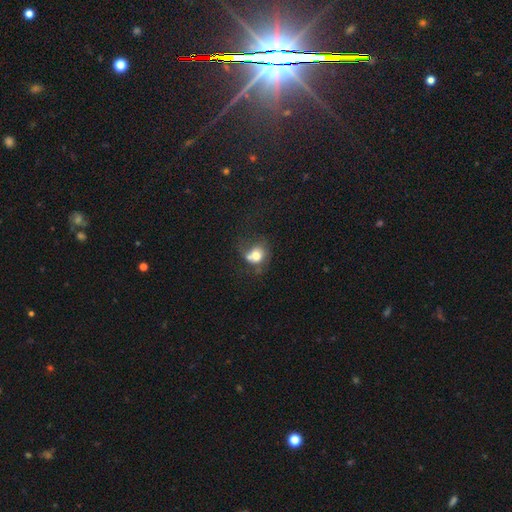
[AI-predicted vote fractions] Smooth or featured: smooth — 69% (featured or disk — 19%)
How rounded: round — 67% (in between — 32%)
Merging: merger — 38% (none — 31%)